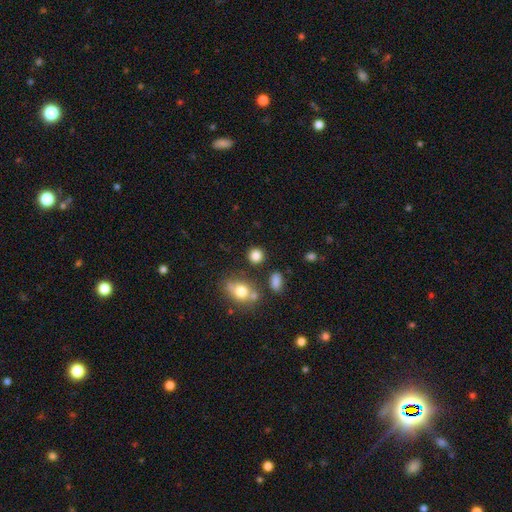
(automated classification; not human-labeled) Smooth or featured? smooth (83%)
How rounded? round (84%)
Merging? none (80%)